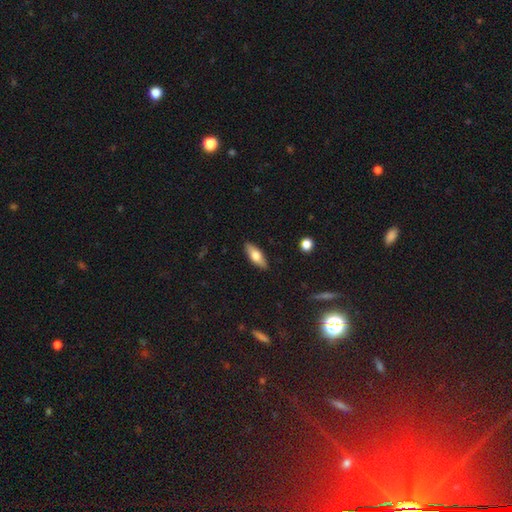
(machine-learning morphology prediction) The model was most divided on "how rounded": in between: 67%, cigar-shaped: 30%, round: 3%. More confident: merging — none (89%); smooth or featured — smooth (65%).